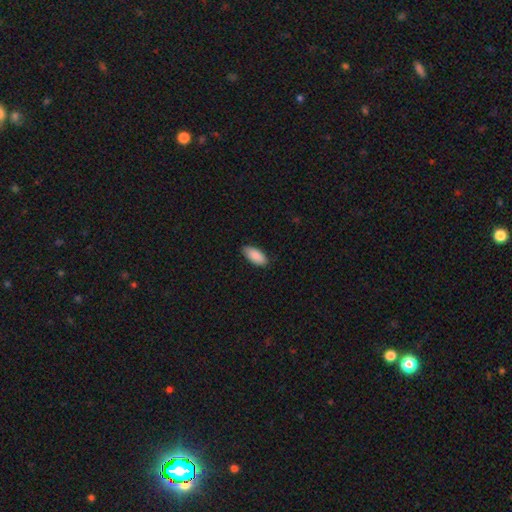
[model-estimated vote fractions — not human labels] Smooth or featured? smooth (90%)
How rounded? in between (89%)
Merging? none (87%)